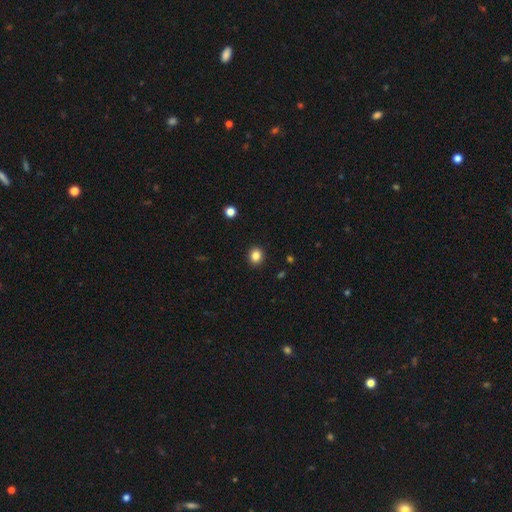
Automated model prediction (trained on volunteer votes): Q: Smooth or featured?
A: smooth (84%); runner-up: star or artifact (11%)
Q: How rounded?
A: round (75%); runner-up: in between (24%)
Q: Merging?
A: none (92%); runner-up: minor disturbance (6%)